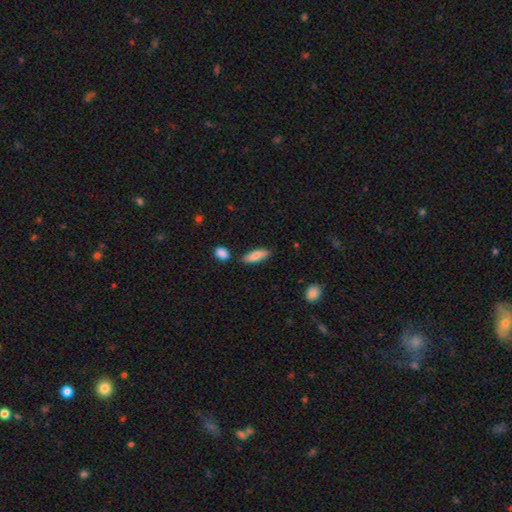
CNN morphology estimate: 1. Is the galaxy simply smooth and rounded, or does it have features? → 84% smooth, 10% featured or disk, 6% star or artifact.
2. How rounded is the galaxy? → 61% in between, 37% cigar-shaped, 2% round.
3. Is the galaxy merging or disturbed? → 75% none, 14% minor disturbance, 8% merger, 3% major disturbance.